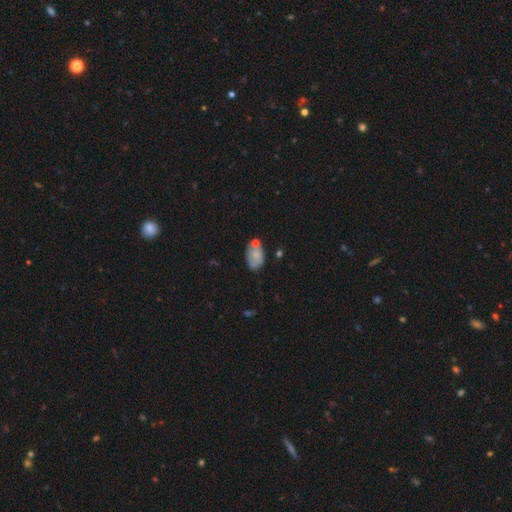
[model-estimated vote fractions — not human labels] Smooth or featured: smooth — 70% (featured or disk — 21%)
How rounded: in between — 88% (round — 10%)
Merging: none — 53% (minor disturbance — 23%)